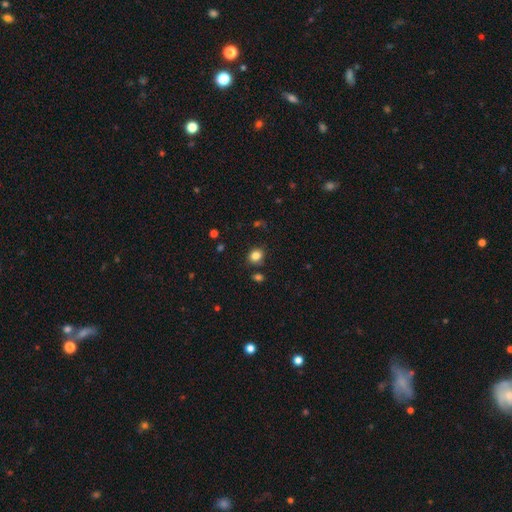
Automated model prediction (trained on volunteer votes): smooth-or-featured: smooth: 83% | star or artifact: 12% | featured or disk: 6%
  how-rounded: round: 67% | in between: 32% | cigar-shaped: 1%
  merging: none: 81% | minor disturbance: 11% | merger: 4% | major disturbance: 3%